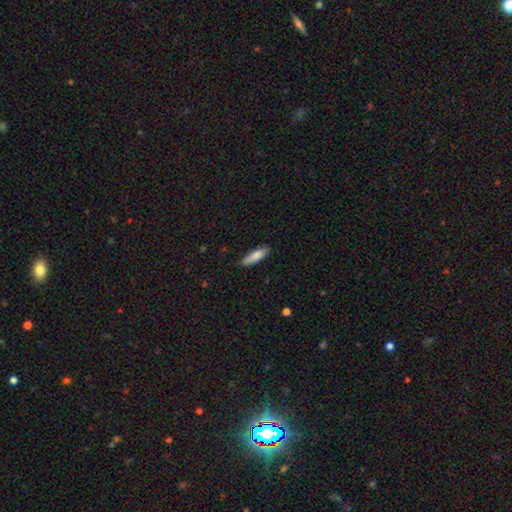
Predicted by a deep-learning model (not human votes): This is clearly a smooth galaxy (83%). How rounded: possibly cigar-shaped (55%). Merging: clearly none (81%).